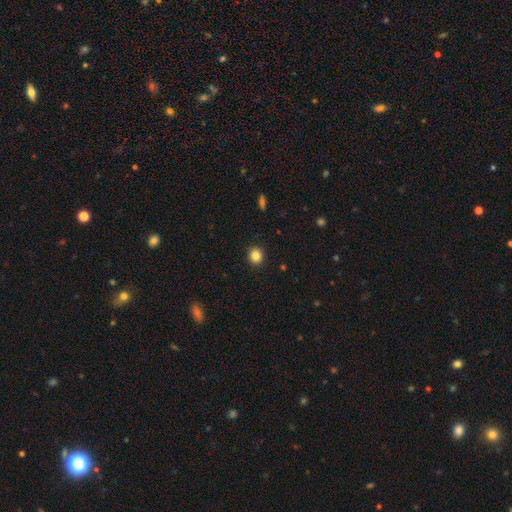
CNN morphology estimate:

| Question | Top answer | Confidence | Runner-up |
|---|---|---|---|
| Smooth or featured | smooth | 85% | star or artifact (11%) |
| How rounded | round | 82% | in between (17%) |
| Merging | none | 91% | minor disturbance (6%) |